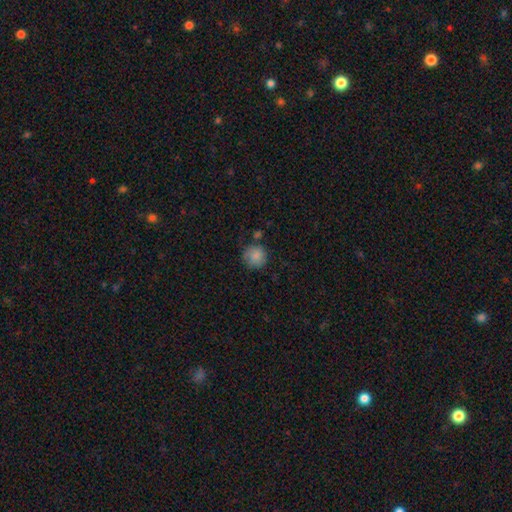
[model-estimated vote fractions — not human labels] This is clearly a smooth galaxy (86%). How rounded: clearly round (92%). Merging: likely none (73%).